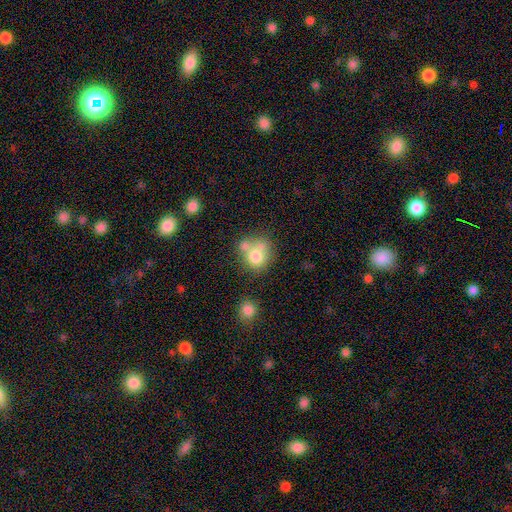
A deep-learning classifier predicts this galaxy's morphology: A smooth galaxy with no disk features (71%) that is round (71%).

Vote fractions:
- Smooth or featured? smooth: 71% / featured or disk: 19% / star or artifact: 10%
- How rounded? round: 71% / in between: 28% / cigar-shaped: 1%
- Merging? merger: 41% / none: 37% / minor disturbance: 14% / major disturbance: 8%